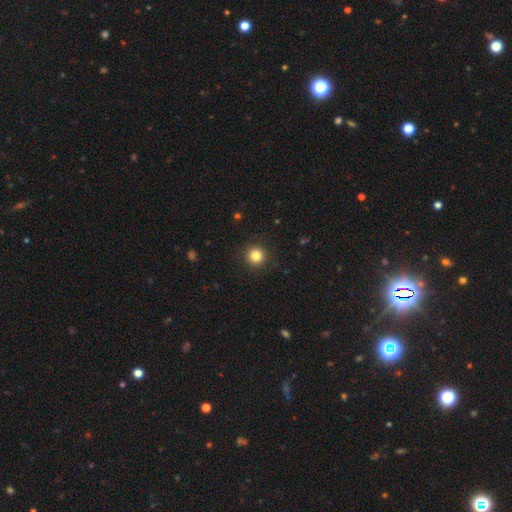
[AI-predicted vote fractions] smooth_or_featured: smooth (p=0.84) [alt: star or artifact p=0.12]
how_rounded: round (p=0.95) [alt: in between p=0.04]
merging: none (p=0.92) [alt: minor disturbance p=0.05]